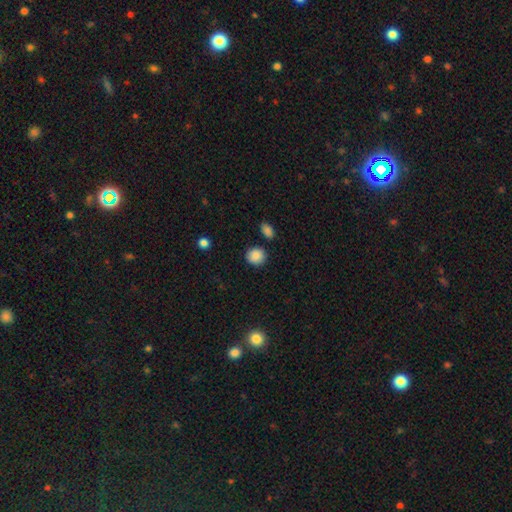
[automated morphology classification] Smooth or featured? Predicted: smooth (p=0.88). How rounded? Predicted: round (p=0.79). Merging? Predicted: none (p=0.83).